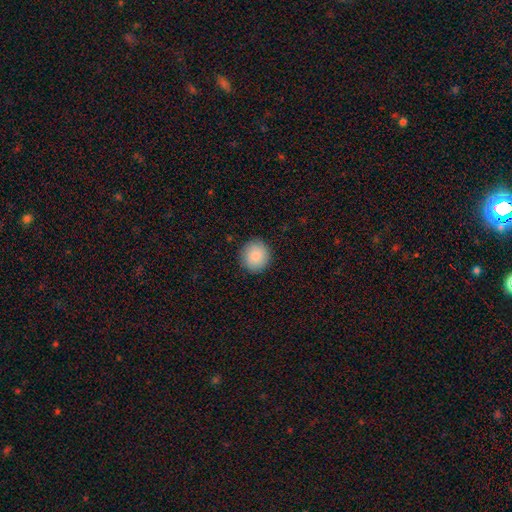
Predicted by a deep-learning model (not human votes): smooth-or-featured: smooth: 89% | star or artifact: 7% | featured or disk: 4%
  how-rounded: round: 92% | in between: 7% | cigar-shaped: 1%
  merging: none: 90% | minor disturbance: 7% | major disturbance: 2% | merger: 1%